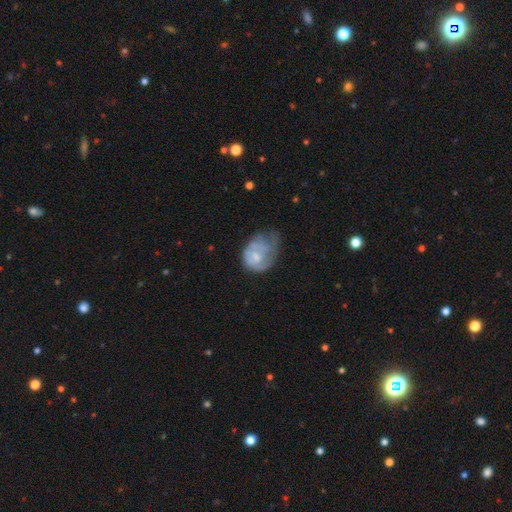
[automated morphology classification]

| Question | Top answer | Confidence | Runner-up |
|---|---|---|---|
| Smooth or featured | smooth | 53% | featured or disk (40%) |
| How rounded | in between | 56% | round (43%) |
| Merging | major disturbance | 40% | minor disturbance (36%) |